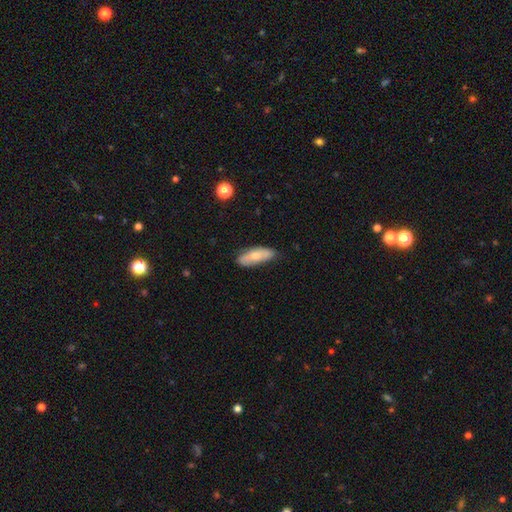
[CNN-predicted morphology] Overall: smooth (66%; featured or disk 27%). How rounded: in between (68%; cigar-shaped 30%). Merging: none (69%).